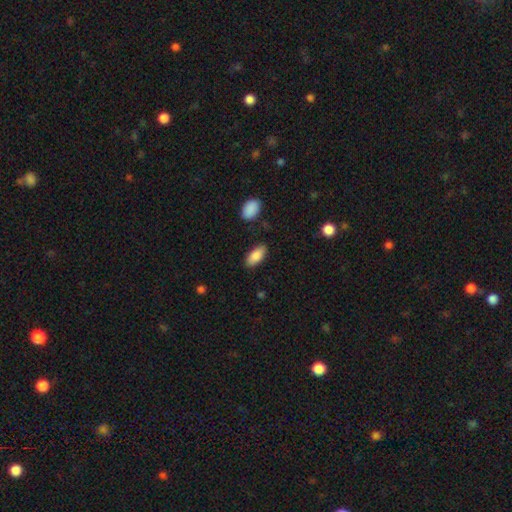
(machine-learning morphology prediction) Smooth or featured?
  - smooth: 87% *
  - featured or disk: 7%
  - star or artifact: 6%
How rounded?
  - in between: 89% *
  - cigar-shaped: 9%
  - round: 2%
Merging?
  - none: 85% *
  - minor disturbance: 11%
  - major disturbance: 3%
  - merger: 2%